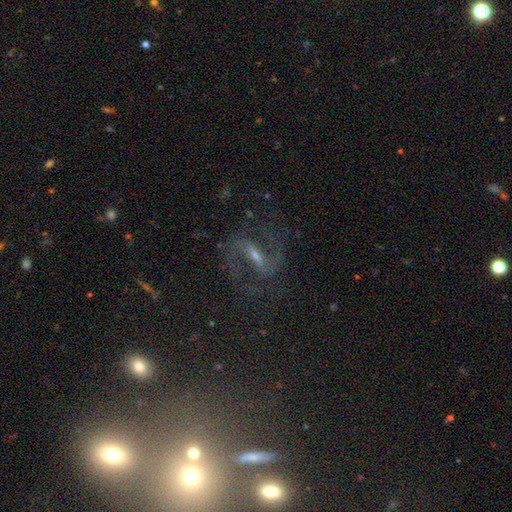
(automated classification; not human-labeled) Smooth or featured: featured or disk — 83% (star or artifact — 10%)
Edge-on disk: no — 95% (yes — 5%)
Bar: strong — 56% (weak — 36%)
Spiral arms: yes — 95% (no — 5%)
Spiral winding: medium — 54% (loose — 34%)
Spiral arm count: 2 — 93% (can't tell — 3%)
Bulge size: small — 53% (moderate — 33%)
Merging: none — 74% (minor disturbance — 13%)